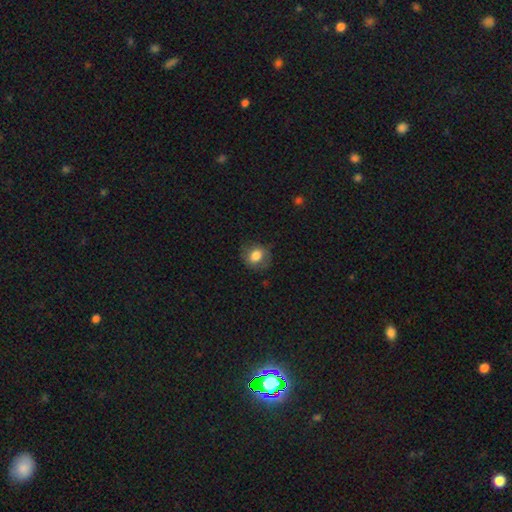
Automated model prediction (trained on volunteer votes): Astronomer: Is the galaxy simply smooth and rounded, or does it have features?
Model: smooth — 79%.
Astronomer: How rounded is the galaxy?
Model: round — 60% (runner-up: in between, 39%).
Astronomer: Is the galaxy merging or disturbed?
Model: none — 74%.